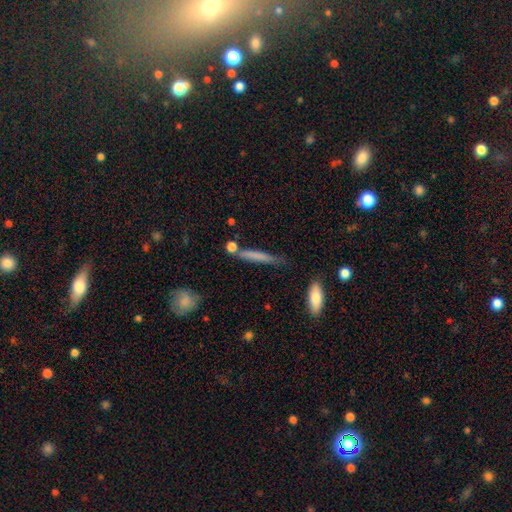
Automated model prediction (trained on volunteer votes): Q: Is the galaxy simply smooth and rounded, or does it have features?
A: smooth — 68%.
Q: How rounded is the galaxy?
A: cigar-shaped — 92%.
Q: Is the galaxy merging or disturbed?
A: none — 66%.